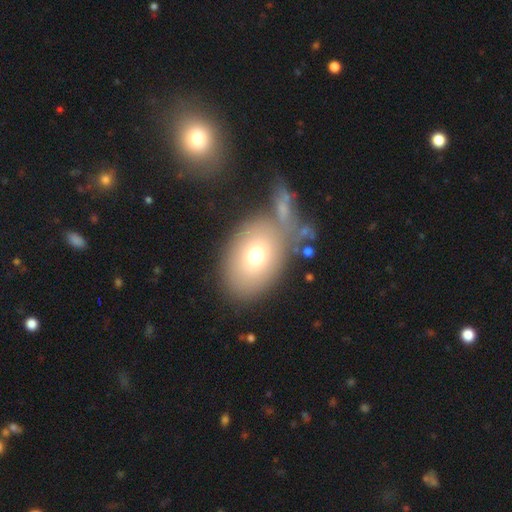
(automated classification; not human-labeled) Q: Smooth or featured?
A: smooth (72%); runner-up: featured or disk (18%)
Q: How rounded?
A: in between (75%); runner-up: round (23%)
Q: Merging?
A: none (58%); runner-up: merger (19%)